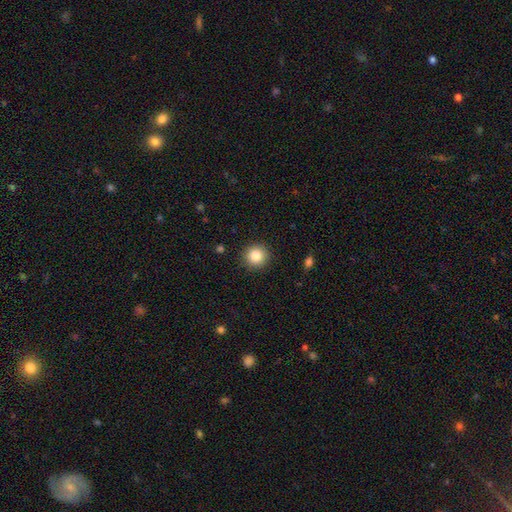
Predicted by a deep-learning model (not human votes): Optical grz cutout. It shows a smooth galaxy with no disk features (84%) that is round (94%). Merging: none (91%).